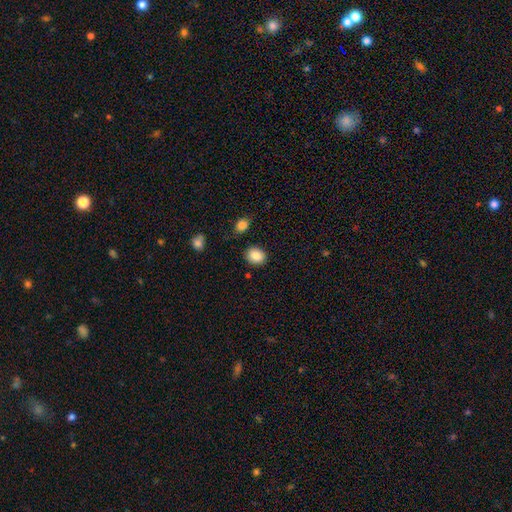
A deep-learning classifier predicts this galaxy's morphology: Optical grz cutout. It shows a smooth galaxy with no disk features (86%) that is round (64%). Merging: none (86%).